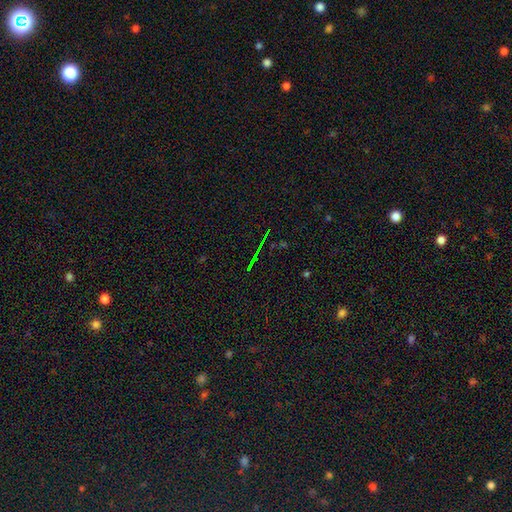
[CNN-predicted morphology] Q: Smooth or featured?
A: star or artifact (76%); runner-up: featured or disk (14%)